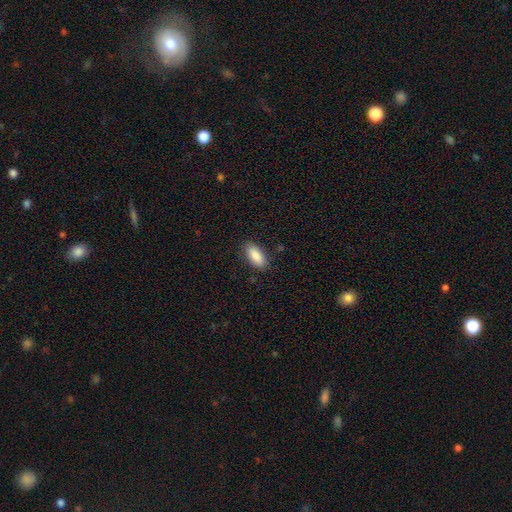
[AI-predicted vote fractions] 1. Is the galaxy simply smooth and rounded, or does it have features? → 88% smooth, 6% star or artifact, 5% featured or disk.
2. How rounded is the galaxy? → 87% in between, 11% cigar-shaped, 2% round.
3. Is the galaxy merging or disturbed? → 86% none, 11% minor disturbance, 3% major disturbance, 1% merger.